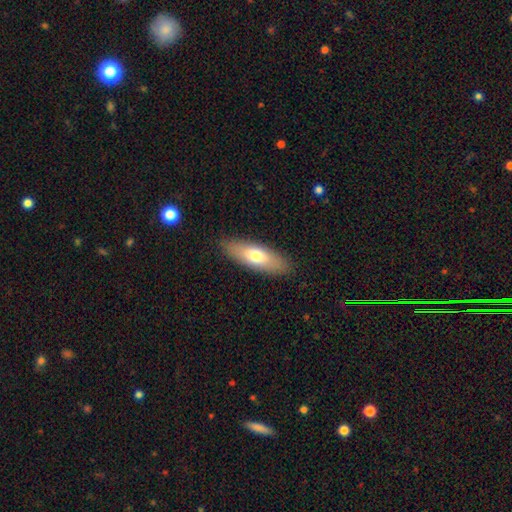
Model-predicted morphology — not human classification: Overall: smooth (67%). How rounded: in between (57%; cigar-shaped 40%). Merging: none (88%).